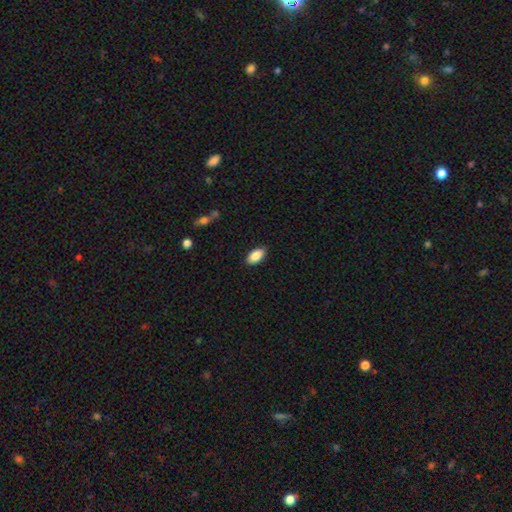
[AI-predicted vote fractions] Smooth or featured: smooth — 86% (featured or disk — 7%)
How rounded: in between — 92% (cigar-shaped — 5%)
Merging: none — 88% (minor disturbance — 9%)